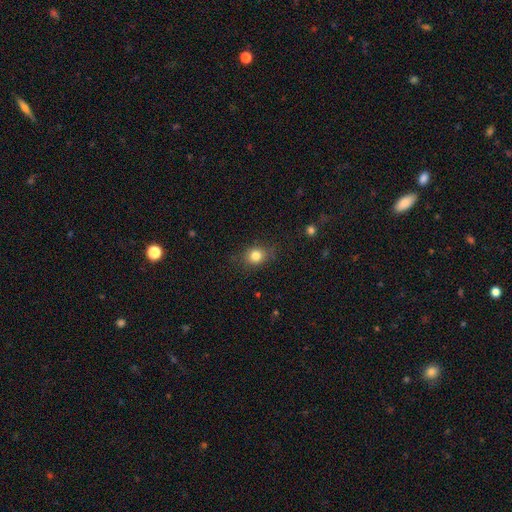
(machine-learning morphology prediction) This is clearly a smooth galaxy (82%). How rounded: likely round (66%). Merging: likely none (79%).